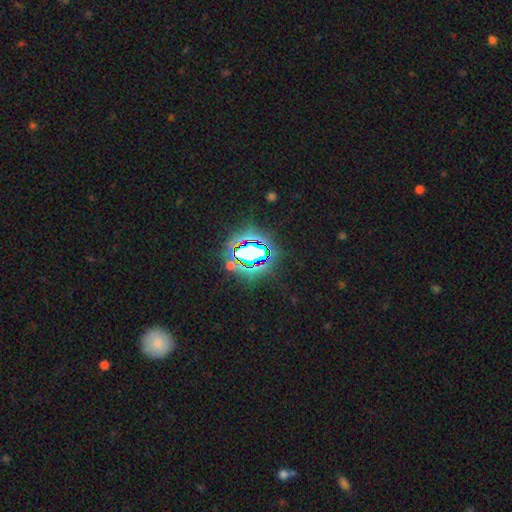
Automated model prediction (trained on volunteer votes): Overall: star or artifact (81%).